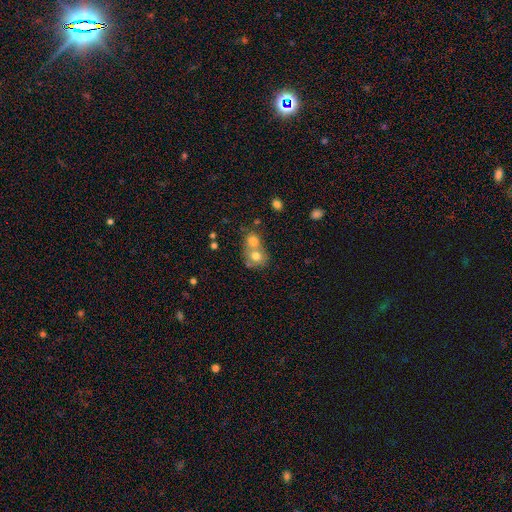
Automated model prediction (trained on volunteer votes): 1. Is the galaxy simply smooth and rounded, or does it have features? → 72% smooth, 17% featured or disk, 10% star or artifact.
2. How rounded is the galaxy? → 69% round, 30% in between, 1% cigar-shaped.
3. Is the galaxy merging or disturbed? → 63% merger, 27% none, 6% minor disturbance, 3% major disturbance.